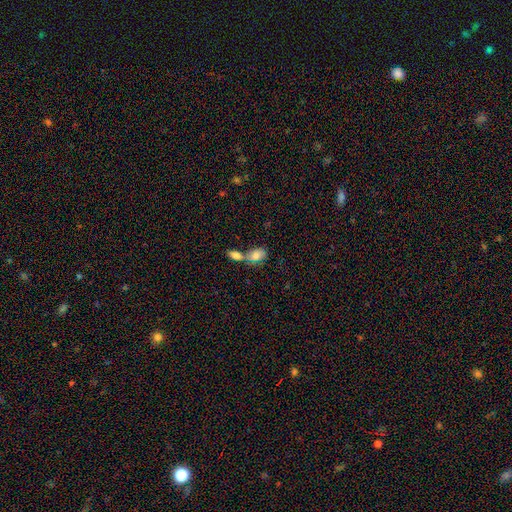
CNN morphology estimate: A smooth galaxy with no disk features (71%) that is in between round and cigar-shaped (83%).

Vote fractions:
- Smooth or featured? smooth: 71% / featured or disk: 21% / star or artifact: 9%
- How rounded? in between: 83% / round: 14% / cigar-shaped: 3%
- Merging? merger: 59% / none: 25% / minor disturbance: 10% / major disturbance: 6%